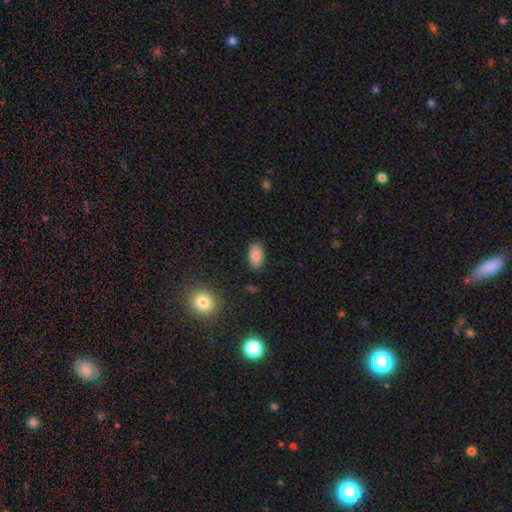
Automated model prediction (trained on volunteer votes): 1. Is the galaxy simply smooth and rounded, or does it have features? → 84% smooth, 9% star or artifact, 8% featured or disk.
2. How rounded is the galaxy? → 92% in between, 7% round, 2% cigar-shaped.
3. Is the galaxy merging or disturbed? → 85% none, 11% minor disturbance, 3% major disturbance, 2% merger.